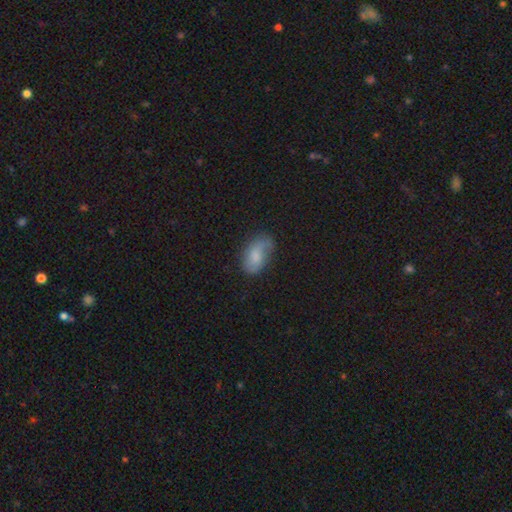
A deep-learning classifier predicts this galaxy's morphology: Smooth or featured?
  - smooth: 68% *
  - featured or disk: 24%
  - star or artifact: 8%
How rounded?
  - in between: 93% *
  - round: 5%
  - cigar-shaped: 3%
Merging?
  - none: 52% *
  - minor disturbance: 32%
  - major disturbance: 13%
  - merger: 3%